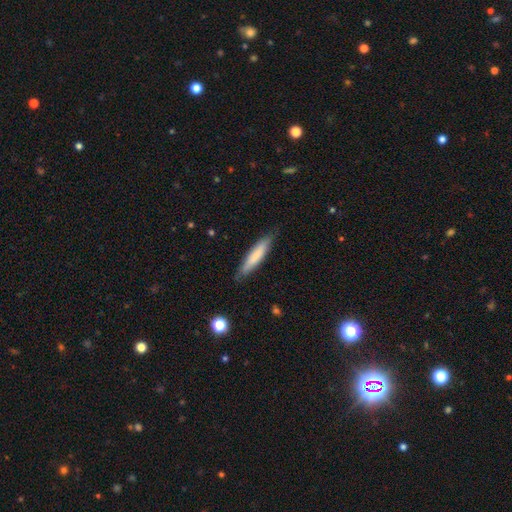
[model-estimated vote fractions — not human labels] smooth-or-featured: smooth: 76% | featured or disk: 18% | star or artifact: 5%
  how-rounded: cigar-shaped: 87% | in between: 12% | round: 1%
  merging: none: 84% | minor disturbance: 13% | major disturbance: 2% | merger: 1%